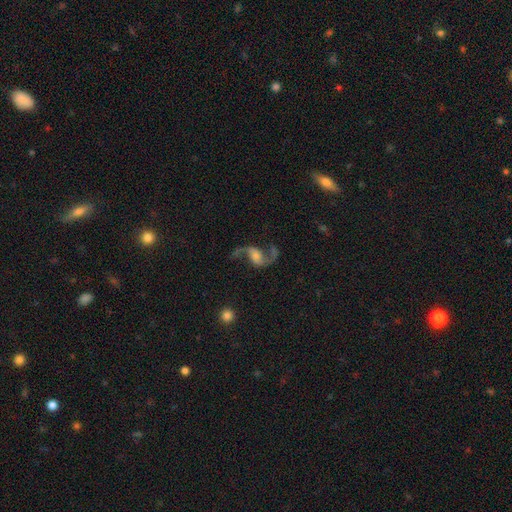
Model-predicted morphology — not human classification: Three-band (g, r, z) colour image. It shows a featured or disk galaxy (88%) with no bar (51%), 2 (93%) loose (84%) spiral arms (97%) and a small central bulge (35%, tied with moderate). Merging: none (70%).